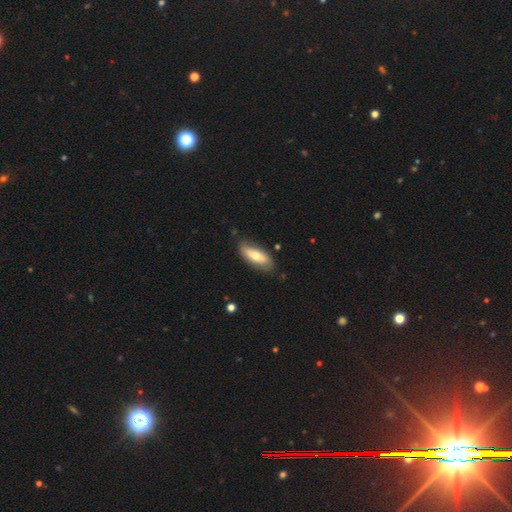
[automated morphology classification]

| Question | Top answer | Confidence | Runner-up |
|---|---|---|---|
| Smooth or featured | smooth | 63% | featured or disk (31%) |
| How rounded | in between | 79% | cigar-shaped (18%) |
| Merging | none | 77% | minor disturbance (18%) |